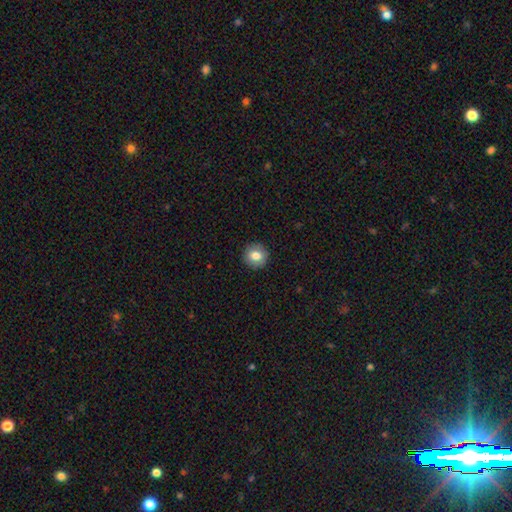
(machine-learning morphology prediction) This appears to be a smooth galaxy with no disk features (80%) that is round (90%). Merging: none (91%).